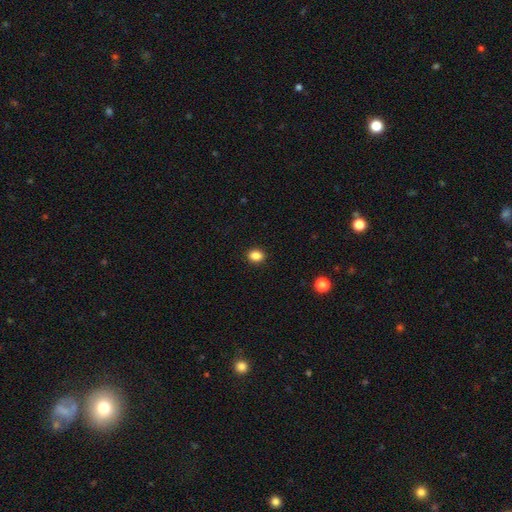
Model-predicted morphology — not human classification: smooth-or-featured: smooth: 86% | star or artifact: 10% | featured or disk: 4%
  how-rounded: in between: 57% | round: 42% | cigar-shaped: 1%
  merging: none: 91% | minor disturbance: 6% | major disturbance: 2% | merger: 1%